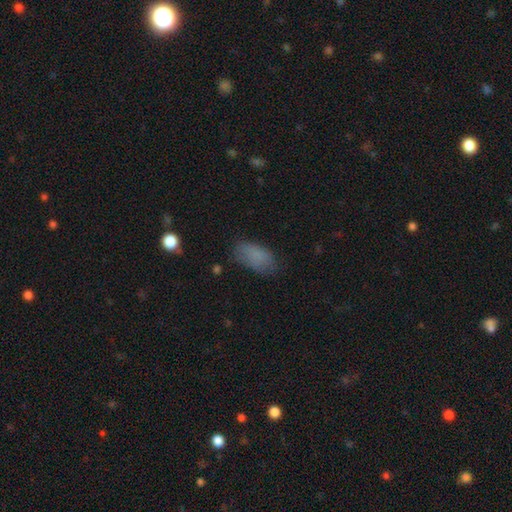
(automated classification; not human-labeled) This is clearly a smooth galaxy (82%). How rounded: clearly in between (92%). Merging: likely none (73%).